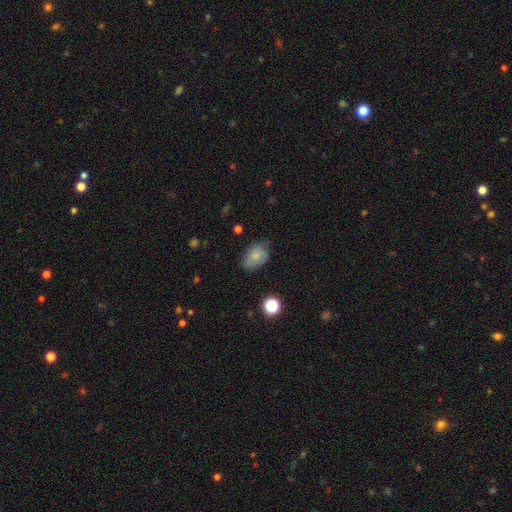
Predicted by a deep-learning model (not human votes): The model was most divided on "merging": none: 60%, minor disturbance: 30%, major disturbance: 8%, merger: 2%. More confident: how rounded — in between (84%); smooth or featured — smooth (73%).